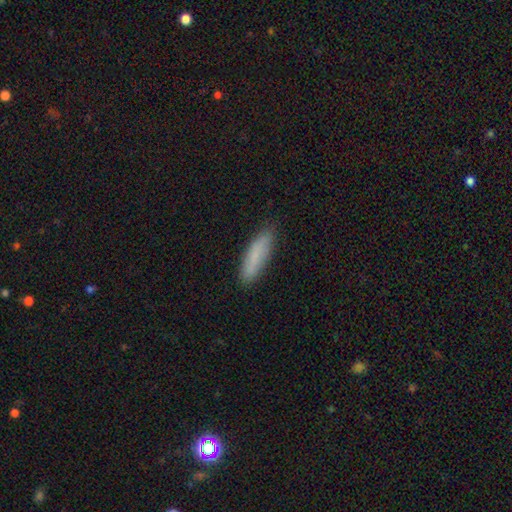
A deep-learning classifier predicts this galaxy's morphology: The model was most divided on "how rounded": cigar-shaped: 70%, in between: 28%, round: 1%. More confident: merging — none (84%); smooth or featured — smooth (81%).